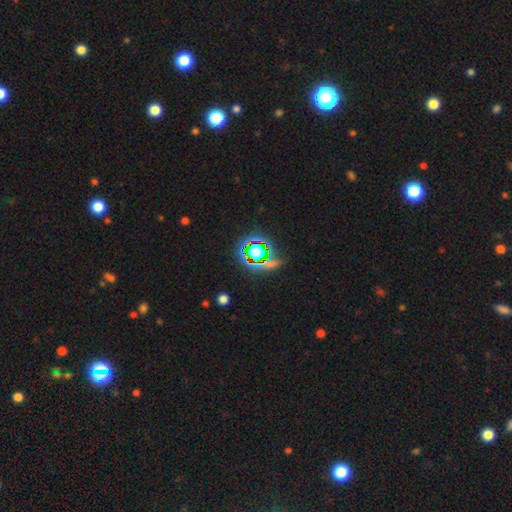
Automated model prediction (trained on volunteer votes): smooth_or_featured: star or artifact (p=0.56) [alt: smooth p=0.27]